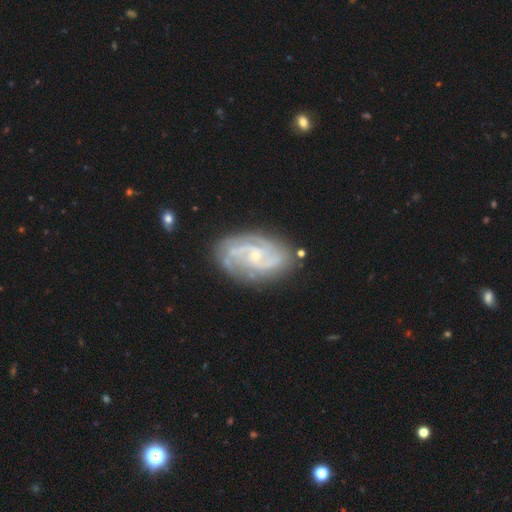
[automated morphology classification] This is clearly a featured or disk galaxy (88%). It is clearly not viewed edge-on (97%). Bar: likely no (61%). Spiral arm pattern: clearly yes (97%). Spiral arm count: marginally 2 (42%). Spiral winding: possibly tight (47%). Central bulge: likely small (75%). Merging: likely none (77%).